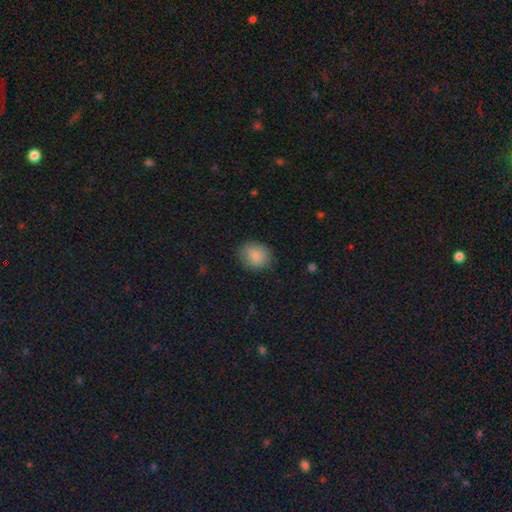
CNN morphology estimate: Smooth or featured? Predicted: smooth (p=0.86). How rounded? Predicted: round (p=0.66). Merging? Predicted: none (p=0.82).